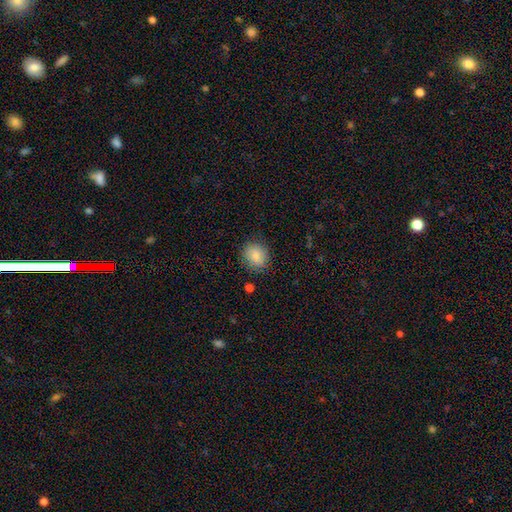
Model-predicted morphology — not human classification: Q: Smooth or featured?
A: smooth (85%); runner-up: star or artifact (8%)
Q: How rounded?
A: round (71%); runner-up: in between (29%)
Q: Merging?
A: none (84%); runner-up: minor disturbance (11%)